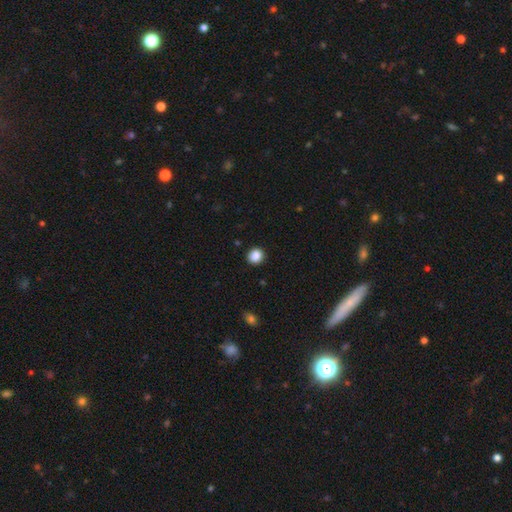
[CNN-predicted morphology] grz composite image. It shows a smooth galaxy with no disk features (87%) that is round (83%). Merging: none (91%).